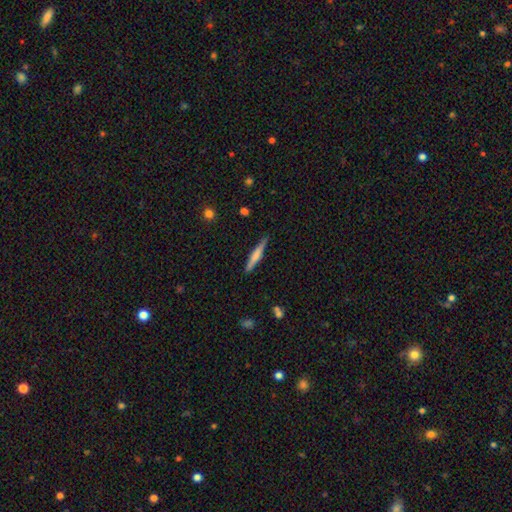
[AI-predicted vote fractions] Q: Smooth or featured?
A: smooth (50%); runner-up: featured or disk (44%)
Q: How rounded?
A: cigar-shaped (93%); runner-up: in between (5%)
Q: Merging?
A: none (88%); runner-up: minor disturbance (9%)